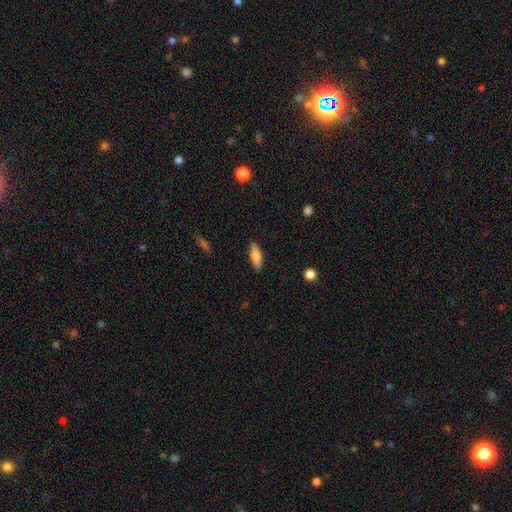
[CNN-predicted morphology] A smooth galaxy with no disk features (75%) that is in between round and cigar-shaped (57%). Merging: none (87%).